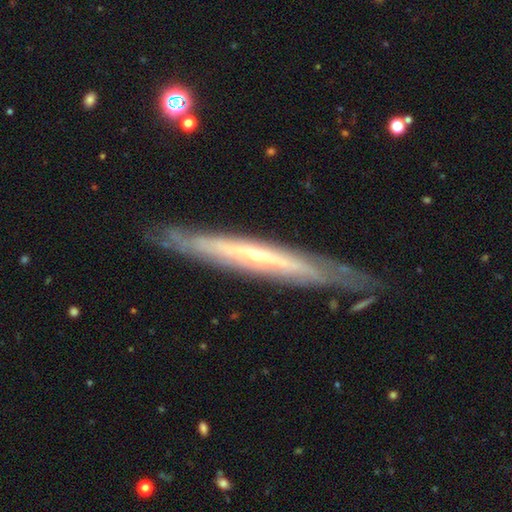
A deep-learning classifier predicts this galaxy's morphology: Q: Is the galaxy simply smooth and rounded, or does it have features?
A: featured or disk — 79%.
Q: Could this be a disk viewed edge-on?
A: yes — 76%.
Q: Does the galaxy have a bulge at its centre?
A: rounded — 52%.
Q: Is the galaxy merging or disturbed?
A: none — 80%.